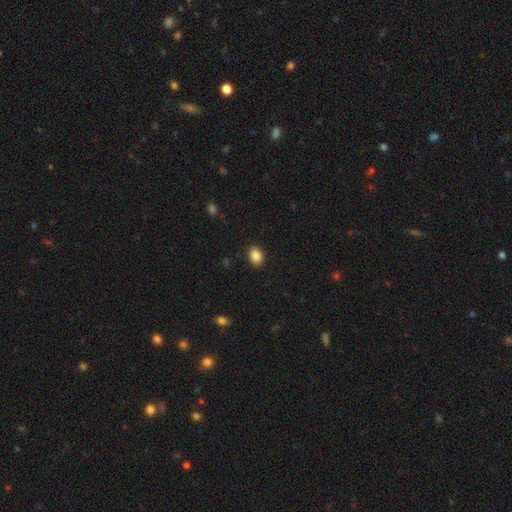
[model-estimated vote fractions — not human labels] This is clearly a smooth galaxy (87%). How rounded: likely in between (65%). Merging: clearly none (90%).